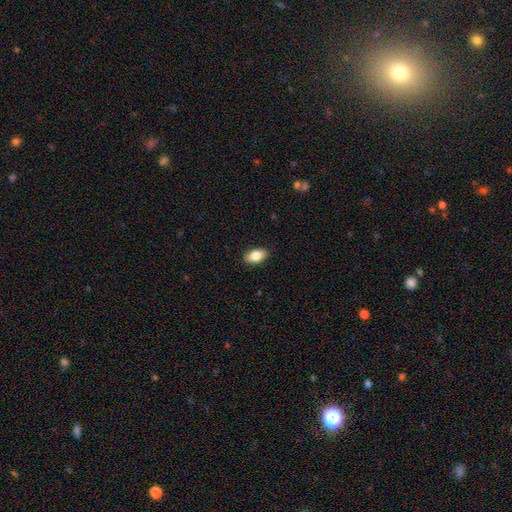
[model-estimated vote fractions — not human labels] A smooth galaxy with no disk features (85%) that is in between round and cigar-shaped (91%).

Vote fractions:
- Smooth or featured? smooth: 85% / featured or disk: 8% / star or artifact: 7%
- How rounded? in between: 91% / round: 7% / cigar-shaped: 2%
- Merging? none: 89% / minor disturbance: 9% / major disturbance: 2% / merger: 1%